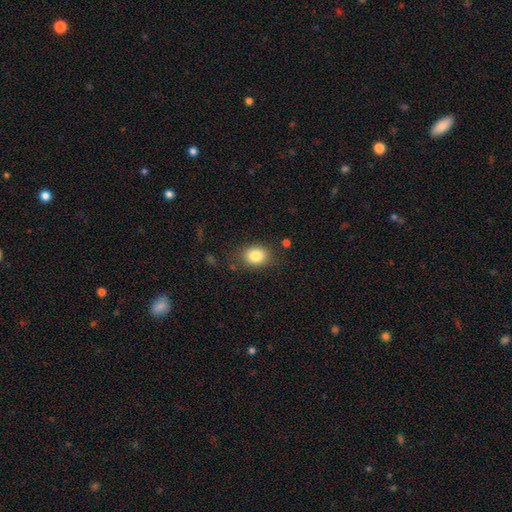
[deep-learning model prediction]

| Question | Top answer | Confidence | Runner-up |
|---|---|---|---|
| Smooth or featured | smooth | 84% | star or artifact (9%) |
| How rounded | in between | 58% | round (41%) |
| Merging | none | 80% | minor disturbance (14%) |